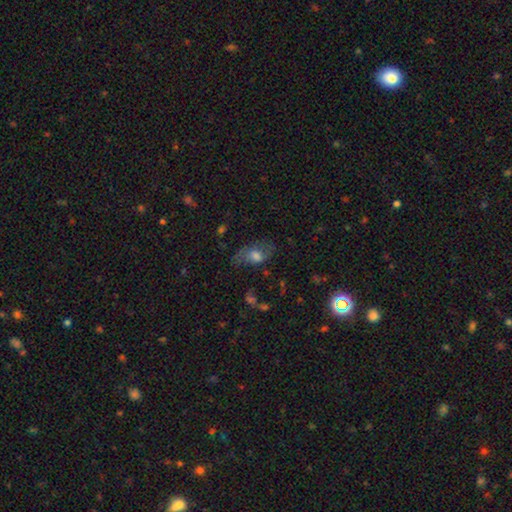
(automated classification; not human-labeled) This appears to be a smooth galaxy with no disk features (57%) that is in between round and cigar-shaped (84%). Merging: none (51%).